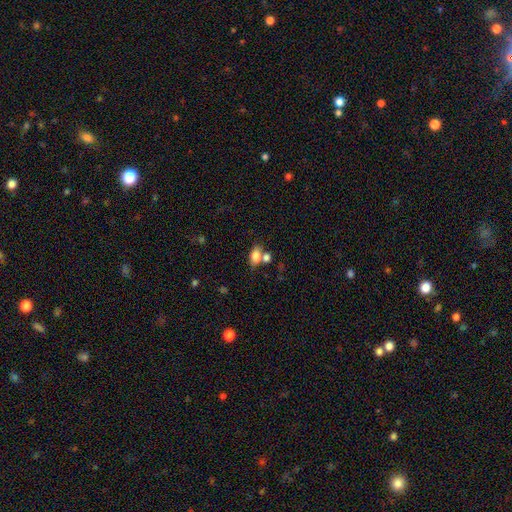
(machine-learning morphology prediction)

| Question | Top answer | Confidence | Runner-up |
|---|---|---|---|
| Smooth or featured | smooth | 81% | featured or disk (10%) |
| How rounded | in between | 85% | round (13%) |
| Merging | none | 47% | merger (35%) |